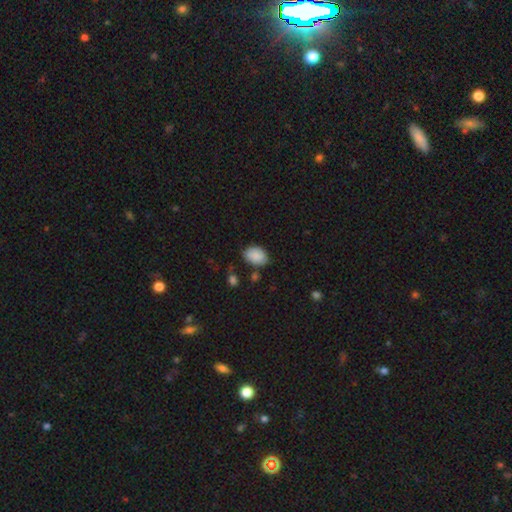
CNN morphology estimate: Q: Smooth or featured?
A: smooth (88%); runner-up: star or artifact (7%)
Q: How rounded?
A: in between (83%); runner-up: round (16%)
Q: Merging?
A: none (72%); runner-up: minor disturbance (20%)